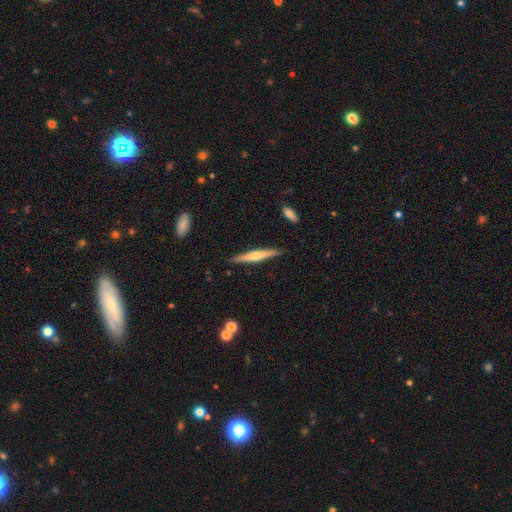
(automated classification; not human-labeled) Smooth or featured? Predicted: featured or disk (p=0.63). Edge-on disk? Predicted: yes (p=0.97). Edge-on bulge? Predicted: rounded (p=0.83). Merging? Predicted: none (p=0.89).